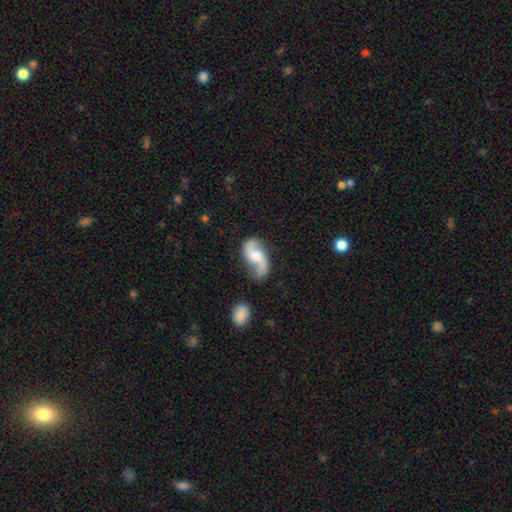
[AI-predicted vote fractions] Morphology: type=featured or disk (85%); edge-on=no (97%); bar=no (51%); spiral arms=yes (96%); winding=loose (67%); arm count=2 (93%); bulge=moderate (54%); merging=none (71%).